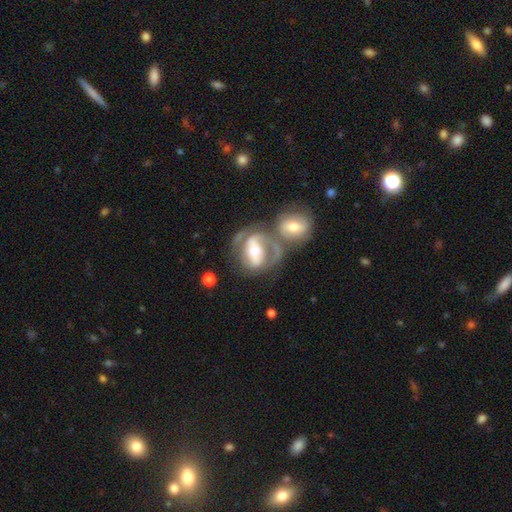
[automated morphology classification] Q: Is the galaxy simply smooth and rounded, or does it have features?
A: featured or disk — 77%.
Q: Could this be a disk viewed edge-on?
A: no — 96%.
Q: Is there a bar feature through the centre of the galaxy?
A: strong — 53%.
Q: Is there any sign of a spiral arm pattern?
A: yes — 79%.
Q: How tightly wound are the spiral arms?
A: medium — 44%.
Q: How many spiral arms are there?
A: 2 — 72%.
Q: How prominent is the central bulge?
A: moderate — 66%.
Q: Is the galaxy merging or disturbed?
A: merger — 48%.